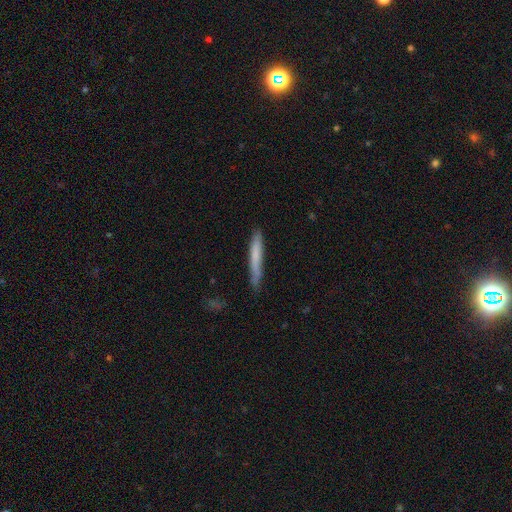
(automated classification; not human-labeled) This appears to be a smooth galaxy with no disk features (68%) that is cigar-shaped (96%). Merging: none (78%).